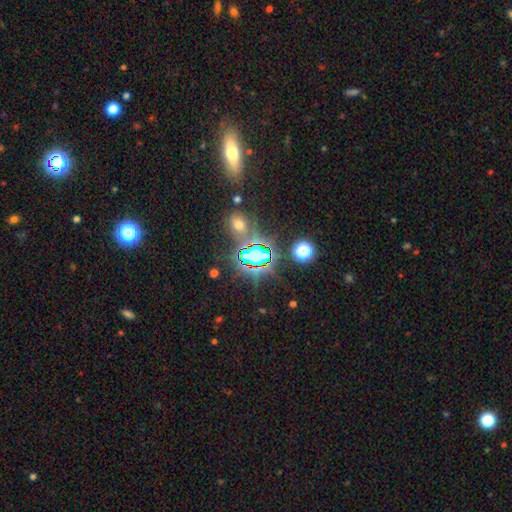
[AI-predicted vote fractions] Morphology: type=star or artifact (71%).